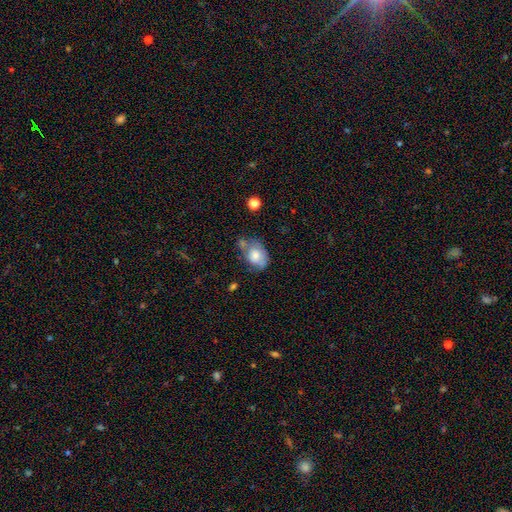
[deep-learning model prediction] Smooth or featured? Predicted: smooth (p=0.66). How rounded? Predicted: in between (p=0.79). Merging? Predicted: none (p=0.35).